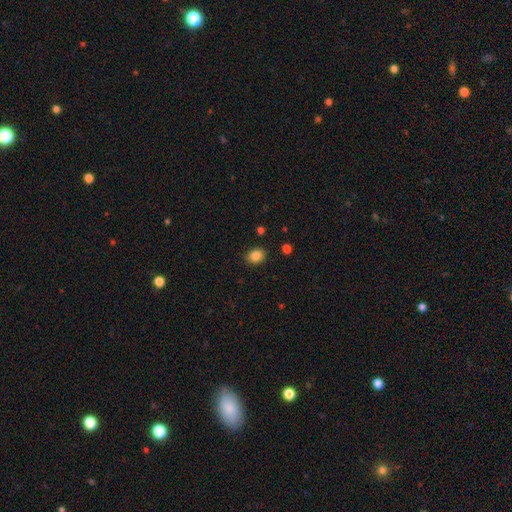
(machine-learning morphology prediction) Smooth or featured: smooth — 87% (star or artifact — 10%)
How rounded: in between — 51% (round — 48%)
Merging: none — 87% (minor disturbance — 9%)